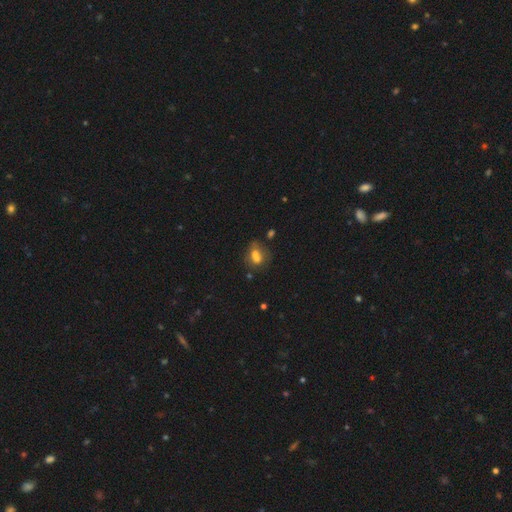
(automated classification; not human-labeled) Q: Smooth or featured?
A: smooth (61%); runner-up: featured or disk (23%)
Q: How rounded?
A: in between (63%); runner-up: round (32%)
Q: Merging?
A: none (39%); runner-up: merger (35%)